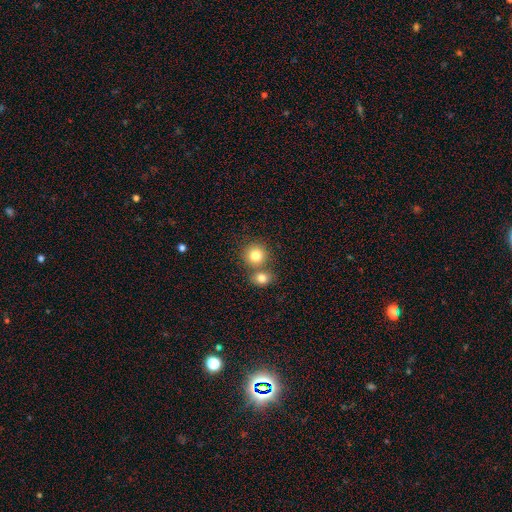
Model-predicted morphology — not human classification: Smooth or featured? smooth (82%)
How rounded? round (88%)
Merging? none (56%)